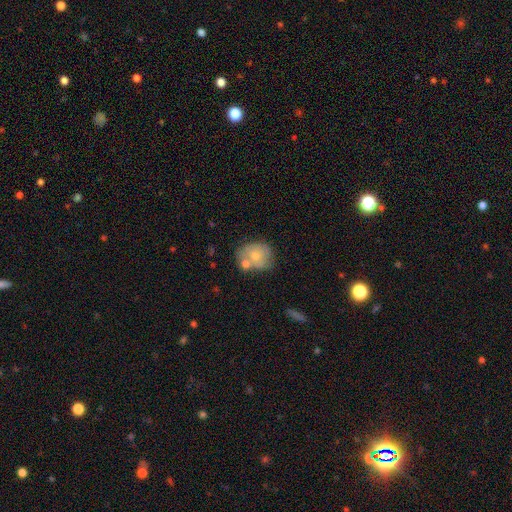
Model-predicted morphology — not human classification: The model was most divided on "merging": none: 44%, merger: 32%, minor disturbance: 18%, major disturbance: 6%. More confident: how rounded — round (65%); smooth or featured — smooth (64%).